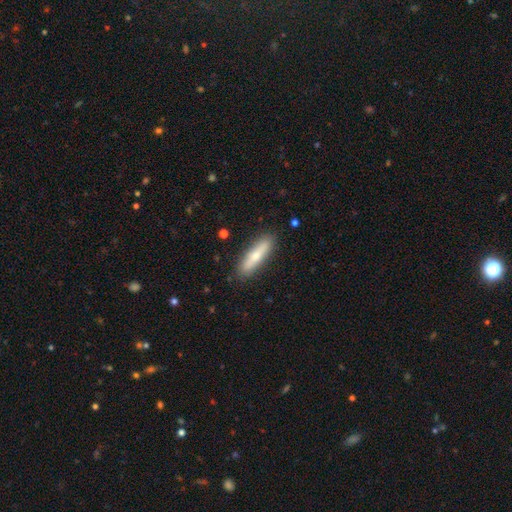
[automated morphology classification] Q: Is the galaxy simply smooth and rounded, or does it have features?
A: smooth — 62%.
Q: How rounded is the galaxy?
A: cigar-shaped — 77%.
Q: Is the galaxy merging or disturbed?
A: none — 88%.